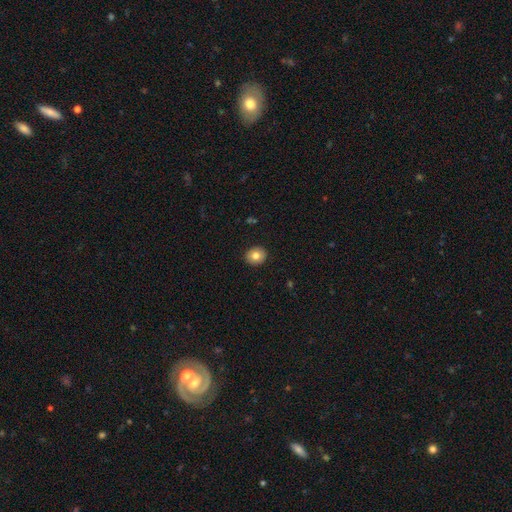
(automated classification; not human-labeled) The model was most divided on "how rounded": round: 77%, in between: 22%, cigar-shaped: 1%. More confident: merging — none (91%); smooth or featured — smooth (81%).